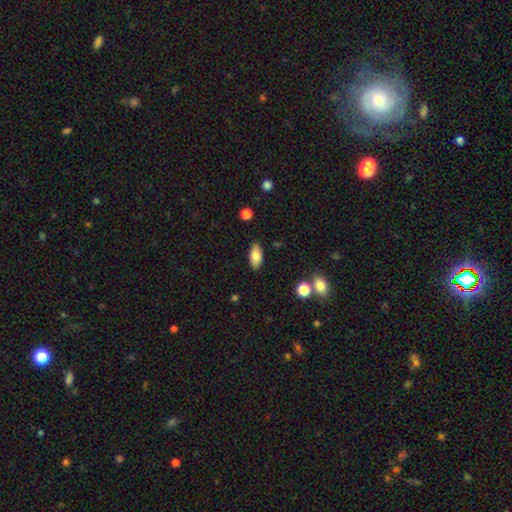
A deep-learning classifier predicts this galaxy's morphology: Smooth or featured: smooth — 82% (featured or disk — 10%)
How rounded: in between — 90% (cigar-shaped — 7%)
Merging: none — 87% (minor disturbance — 10%)